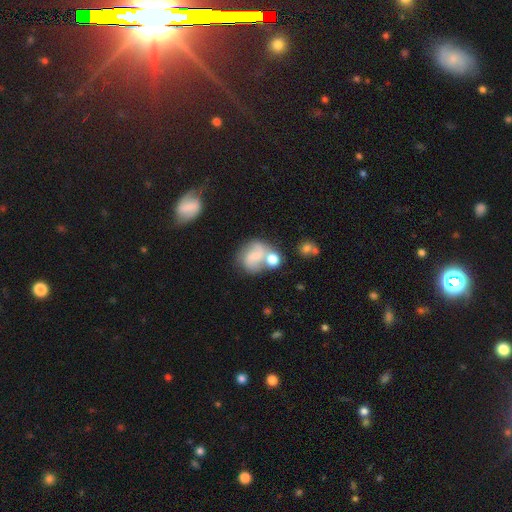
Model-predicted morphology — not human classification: This appears to be a featured or disk galaxy (45%). Merging: none (38%).